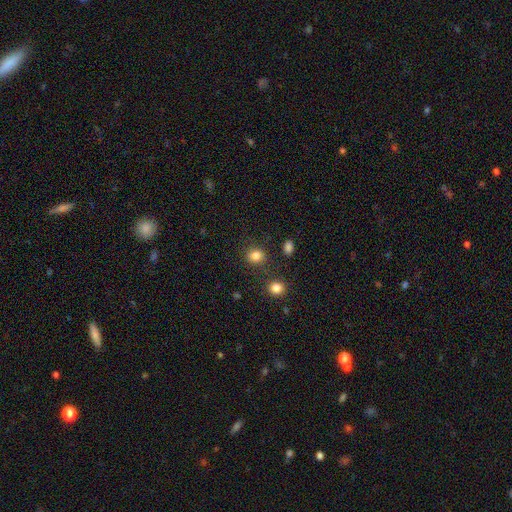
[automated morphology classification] smooth_or_featured: smooth (p=0.83) [alt: star or artifact p=0.12]
how_rounded: round (p=0.68) [alt: in between p=0.31]
merging: none (p=0.82) [alt: minor disturbance p=0.10]